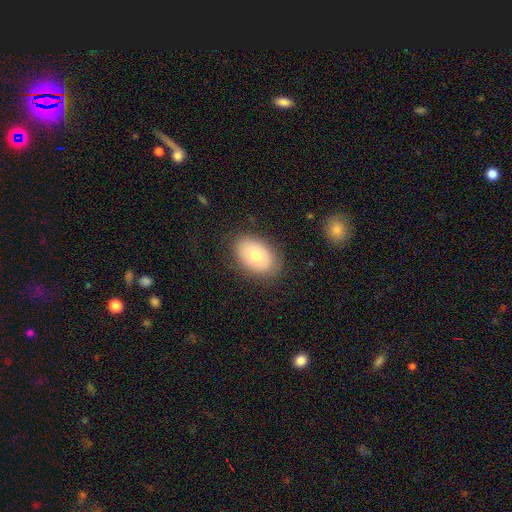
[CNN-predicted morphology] Overall: smooth (78%). How rounded: in between (88%). Merging: none (84%).